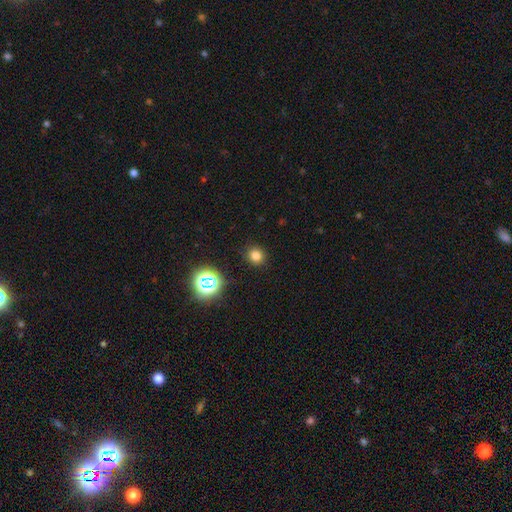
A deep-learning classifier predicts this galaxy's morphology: smooth-or-featured: smooth: 76% | star or artifact: 18% | featured or disk: 5%
  how-rounded: round: 85% | in between: 14% | cigar-shaped: 1%
  merging: none: 89% | minor disturbance: 7% | major disturbance: 2% | merger: 1%